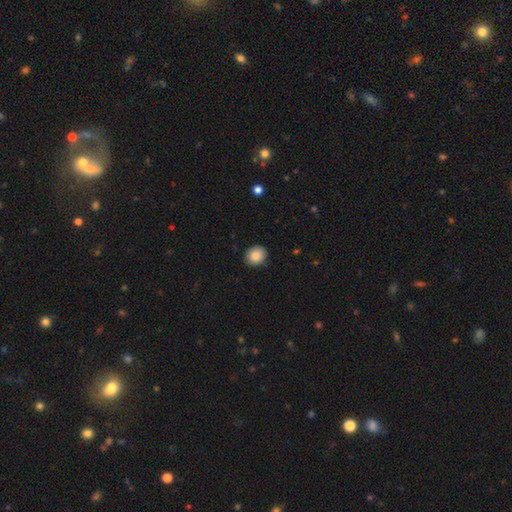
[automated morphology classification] Smooth or featured: smooth — 88% (star or artifact — 8%)
How rounded: round — 70% (in between — 29%)
Merging: none — 88% (minor disturbance — 9%)